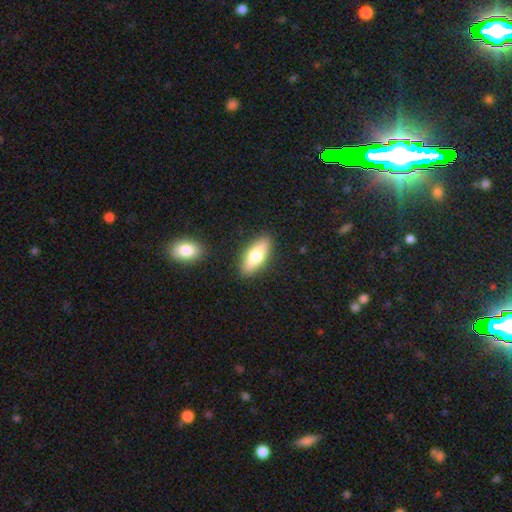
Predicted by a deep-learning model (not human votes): Q: Smooth or featured?
A: smooth (66%); runner-up: featured or disk (28%)
Q: How rounded?
A: in between (73%); runner-up: cigar-shaped (24%)
Q: Merging?
A: none (88%); runner-up: minor disturbance (8%)